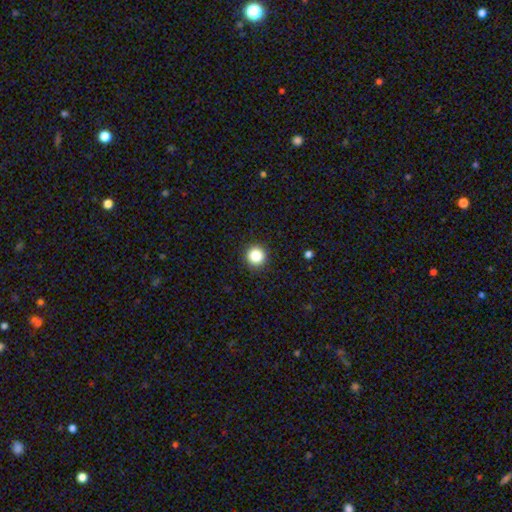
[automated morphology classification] smooth_or_featured: smooth (p=0.85) [alt: star or artifact p=0.11]
how_rounded: round (p=0.96) [alt: in between p=0.04]
merging: none (p=0.93) [alt: minor disturbance p=0.05]